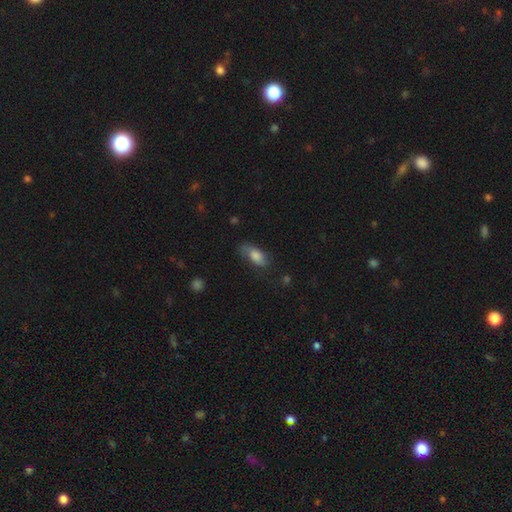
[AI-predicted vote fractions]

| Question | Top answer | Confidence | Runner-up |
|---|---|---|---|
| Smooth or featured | smooth | 74% | featured or disk (19%) |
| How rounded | in between | 84% | cigar-shaped (12%) |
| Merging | none | 61% | minor disturbance (27%) |